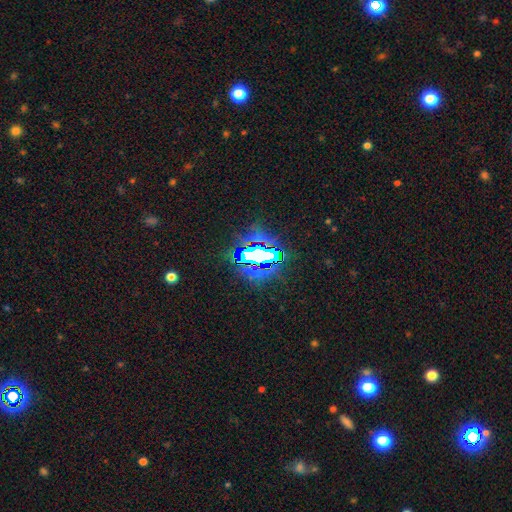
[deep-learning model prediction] Smooth or featured? star or artifact (70%)